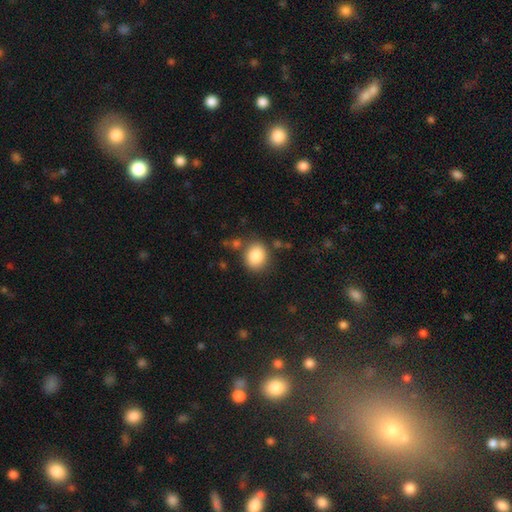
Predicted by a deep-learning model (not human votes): Overall: smooth (85%). How rounded: round (68%; in between 31%). Merging: none (77%).